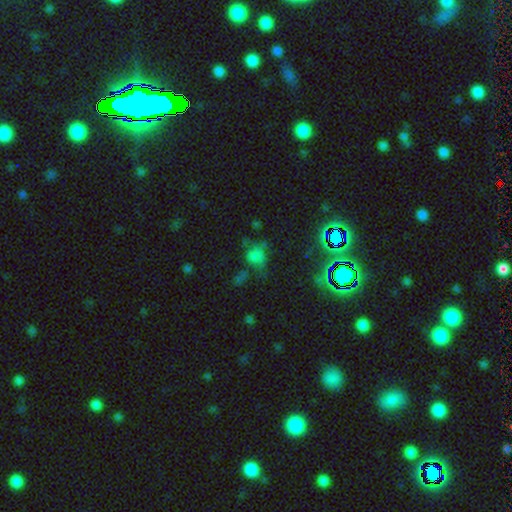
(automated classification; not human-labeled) This appears to be a smooth galaxy with no disk features (52%) that is in between round and cigar-shaped (49%, tied with round). Merging: none (38%).